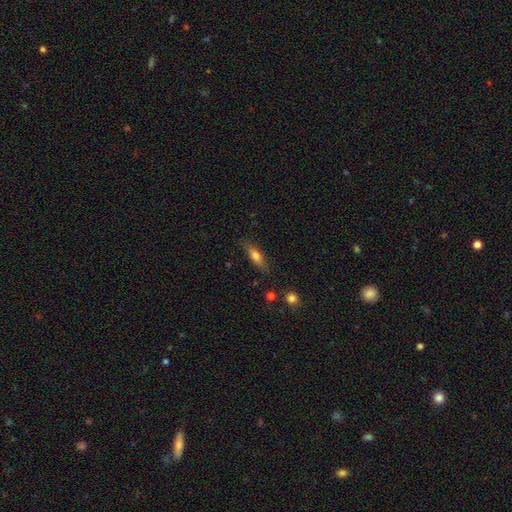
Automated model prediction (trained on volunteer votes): Overall: smooth (69%). How rounded: in between (53%; cigar-shaped 44%). Merging: none (78%).